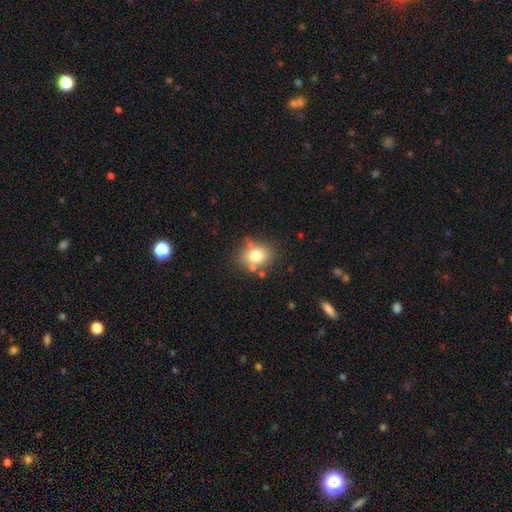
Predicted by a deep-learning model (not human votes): Smooth or featured?
  - smooth: 75% *
  - featured or disk: 14%
  - star or artifact: 11%
How rounded?
  - round: 59% *
  - in between: 40%
  - cigar-shaped: 1%
Merging?
  - none: 68% *
  - minor disturbance: 16%
  - merger: 11%
  - major disturbance: 5%